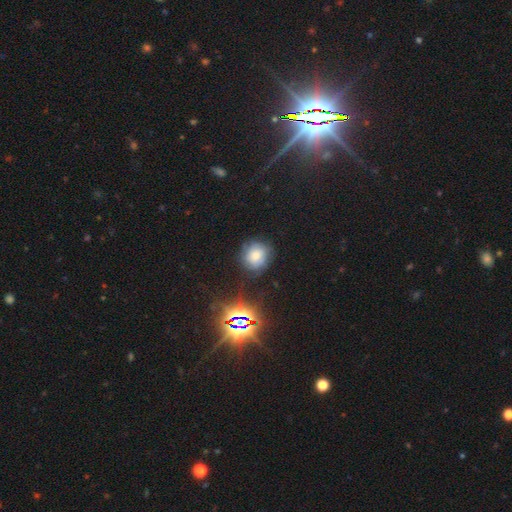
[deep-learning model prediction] Morphology: type=smooth (57%); roundness=round (82%); merging=none (73%).